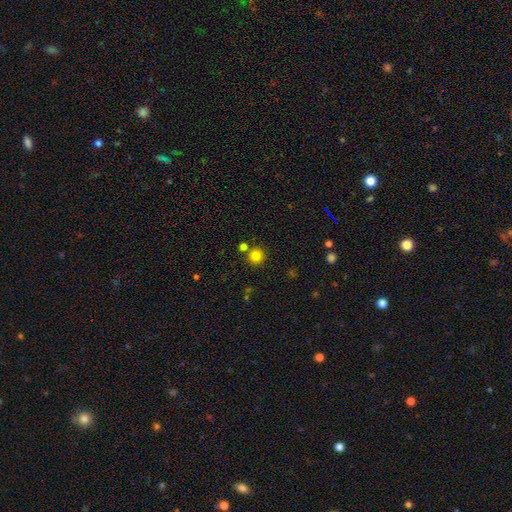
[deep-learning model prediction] Smooth or featured: smooth — 81% (star or artifact — 13%)
How rounded: round — 94% (in between — 5%)
Merging: none — 82% (merger — 9%)